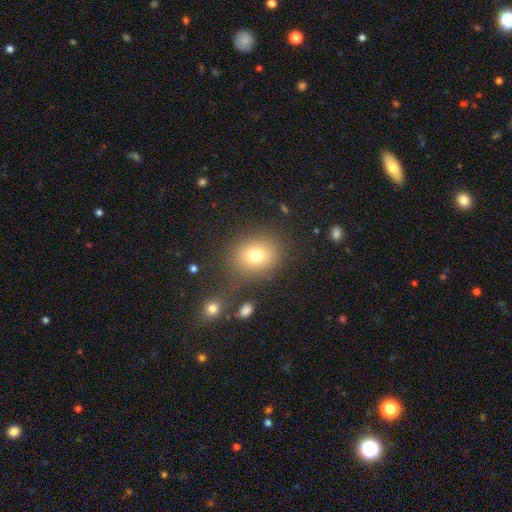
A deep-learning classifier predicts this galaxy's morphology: Overall: smooth (75%). How rounded: round (67%; in between 32%). Merging: none (79%).